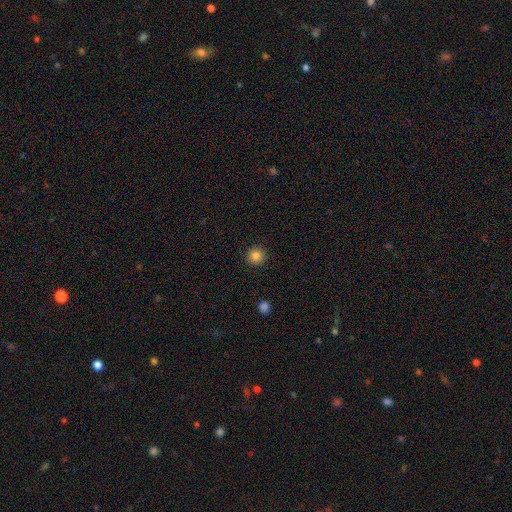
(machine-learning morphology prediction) smooth 83%, star or artifact 11%, featured or disk 5%. Down the decision tree: how rounded — round (95%); merging — none (92%).